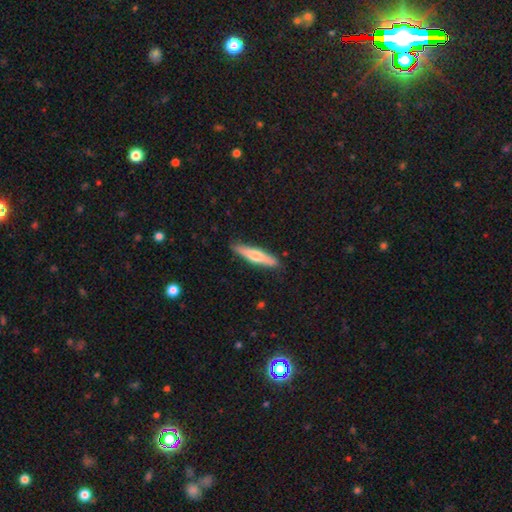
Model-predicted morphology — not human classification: Q: Smooth or featured?
A: smooth (55%); runner-up: featured or disk (40%)
Q: How rounded?
A: cigar-shaped (87%); runner-up: in between (12%)
Q: Merging?
A: none (88%); runner-up: minor disturbance (9%)